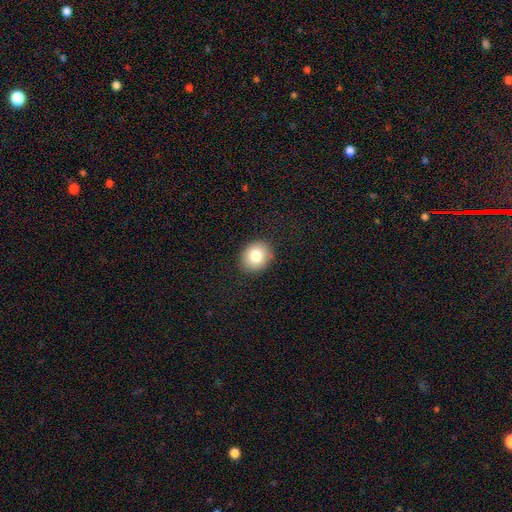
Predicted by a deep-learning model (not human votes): A smooth galaxy with no disk features (80%) that is round (68%). Merging: none (89%).